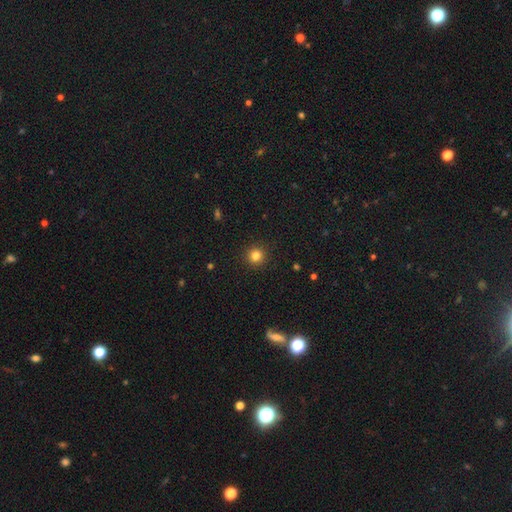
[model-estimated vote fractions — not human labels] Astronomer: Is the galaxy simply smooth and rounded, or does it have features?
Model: smooth — 82%.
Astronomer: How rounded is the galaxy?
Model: round — 95%.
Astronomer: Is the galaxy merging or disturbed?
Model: none — 92%.